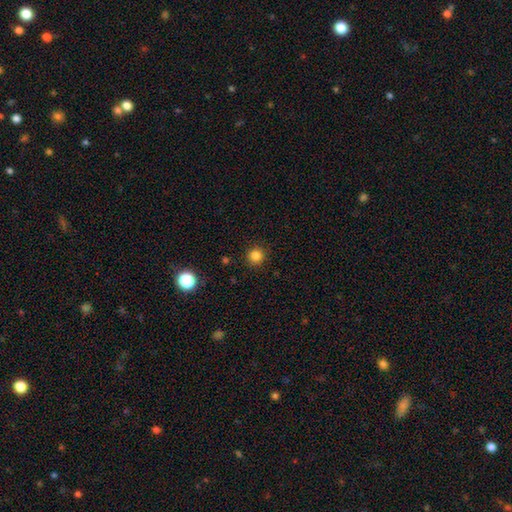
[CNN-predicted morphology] Q: Smooth or featured?
A: smooth (84%); runner-up: star or artifact (13%)
Q: How rounded?
A: round (92%); runner-up: in between (7%)
Q: Merging?
A: none (90%); runner-up: minor disturbance (6%)